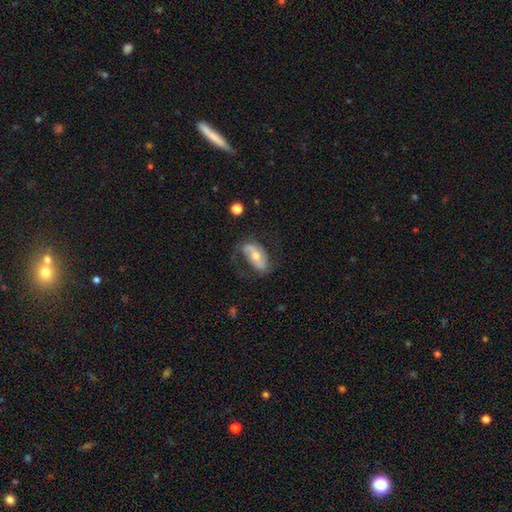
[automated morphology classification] Smooth or featured?
  - featured or disk: 69% *
  - smooth: 24%
  - star or artifact: 7%
Edge-on disk?
  - no: 92% *
  - yes: 8%
Bar?
  - no: 43% *
  - weak: 29%
  - strong: 28%
Spiral arms?
  - yes: 82% *
  - no: 18%
Spiral winding?
  - loose: 41% *
  - medium: 38%
  - tight: 21%
Spiral arm count?
  - 2: 78% *
  - can't tell: 10%
  - 1: 8%
  - 3: 1%
  - 4: 1%
  - more than 4: 1%
Bulge size?
  - moderate: 58% *
  - small: 36%
  - large: 3%
  - none: 1%
  - dominant: 1%
Merging?
  - none: 61% *
  - minor disturbance: 21%
  - major disturbance: 17%
  - merger: 2%